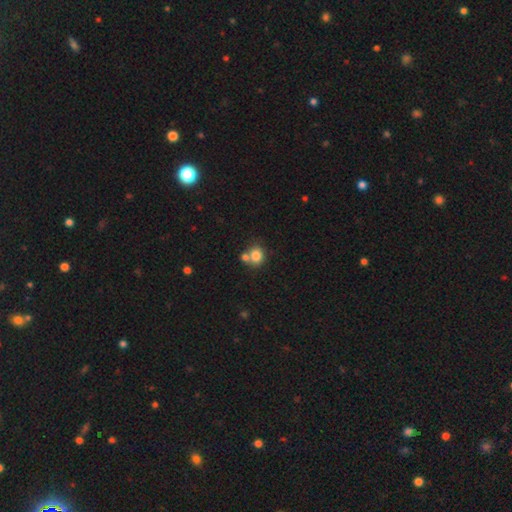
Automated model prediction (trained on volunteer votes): Smooth or featured: smooth — 80% (star or artifact — 10%)
How rounded: round — 75% (in between — 25%)
Merging: none — 49% (merger — 38%)